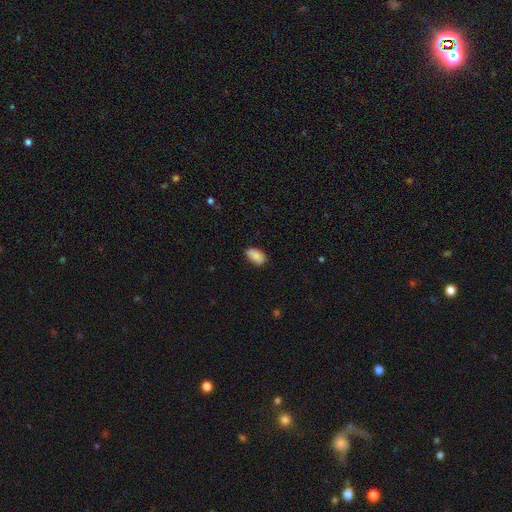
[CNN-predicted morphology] Smooth or featured? Predicted: smooth (p=0.88). How rounded? Predicted: in between (p=0.94). Merging? Predicted: none (p=0.81).